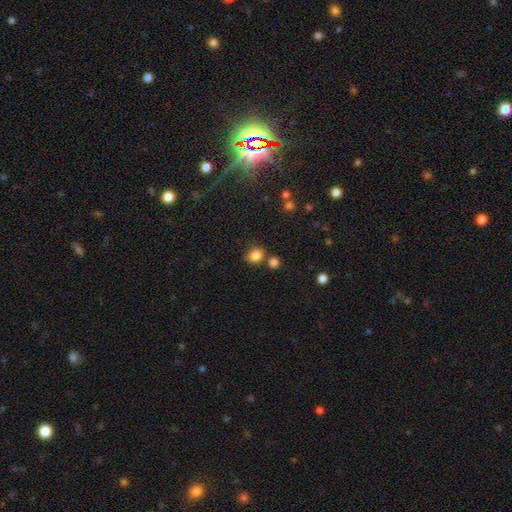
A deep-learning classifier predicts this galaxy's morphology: smooth_or_featured: smooth (p=0.83) [alt: star or artifact p=0.12]
how_rounded: round (p=0.66) [alt: in between p=0.33]
merging: none (p=0.65) [alt: merger p=0.20]